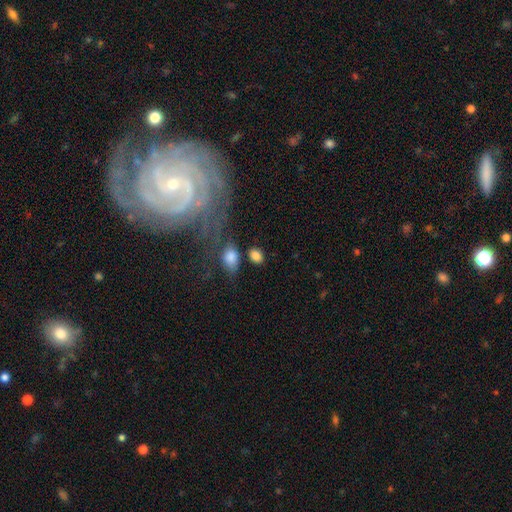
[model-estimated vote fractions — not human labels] Morphology: type=smooth (85%); roundness=in between (76%); merging=none (69%).